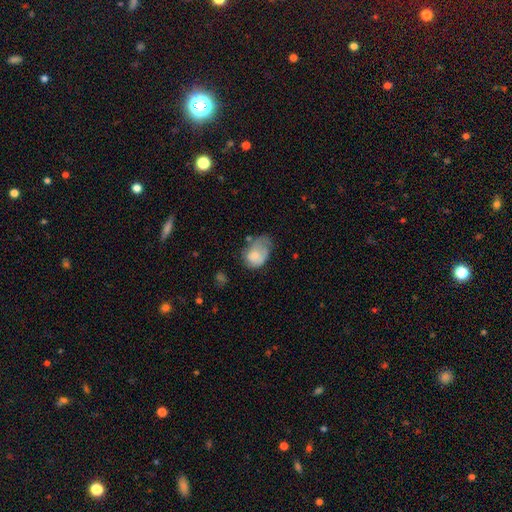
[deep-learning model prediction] Morphology: type=smooth (70%); roundness=in between (76%); merging=minor disturbance (38%).